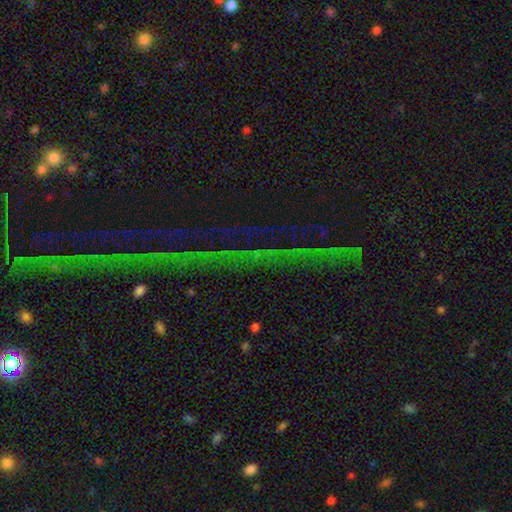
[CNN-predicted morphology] The model was most divided on "smooth or featured": star or artifact: 84%, featured or disk: 9%, smooth: 7%.